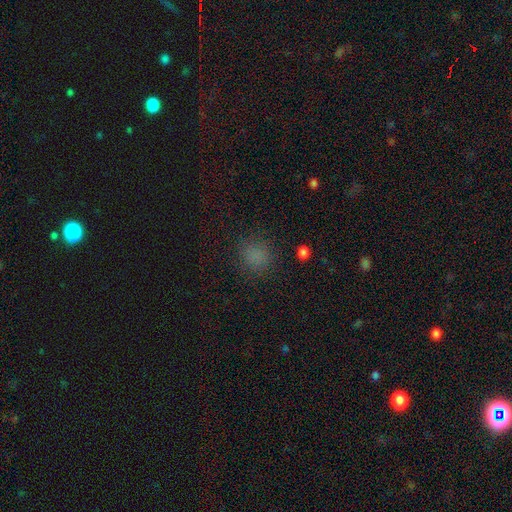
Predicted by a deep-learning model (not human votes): This is likely a smooth galaxy (77%). How rounded: clearly round (86%). Merging: clearly none (84%).